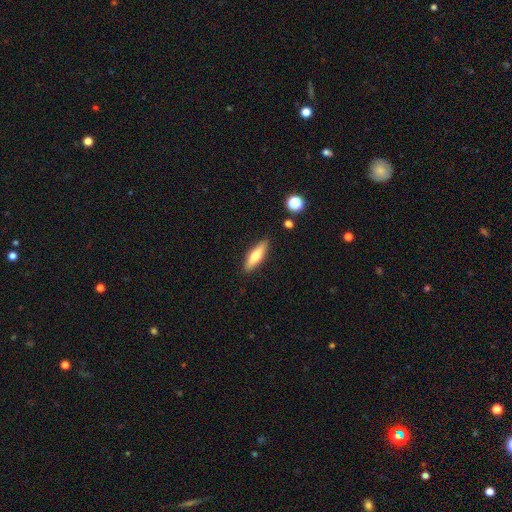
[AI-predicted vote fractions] This is likely a smooth galaxy (63%). How rounded: possibly cigar-shaped (59%). Merging: clearly none (87%).